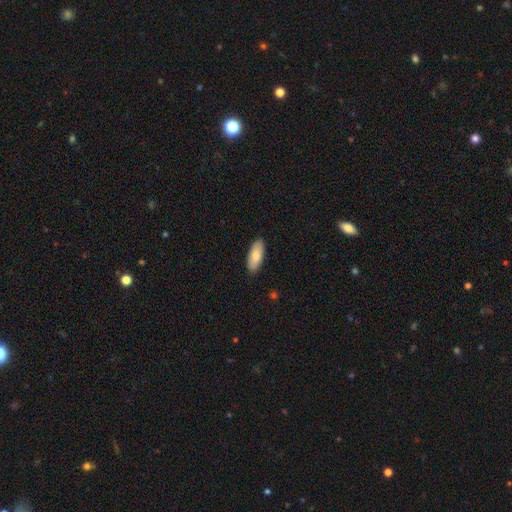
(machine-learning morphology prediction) Overall: smooth (82%). How rounded: in between (78%). Merging: none (89%).